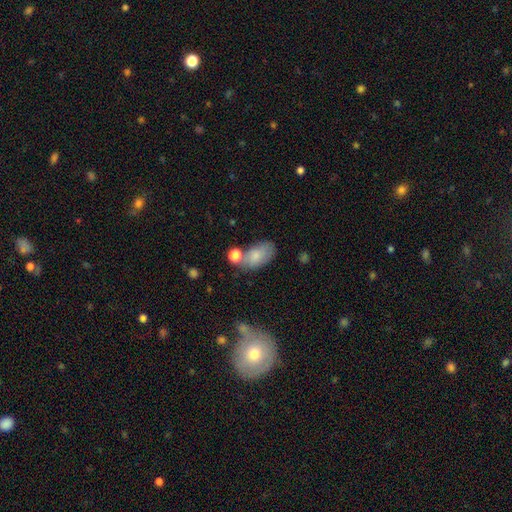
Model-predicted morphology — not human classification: The model was most divided on "merging": none: 52%, minor disturbance: 22%, merger: 17%, major disturbance: 9%. More confident: how rounded — in between (91%); smooth or featured — smooth (79%).